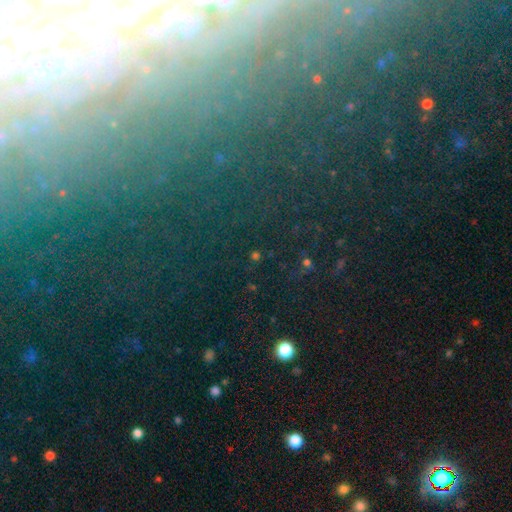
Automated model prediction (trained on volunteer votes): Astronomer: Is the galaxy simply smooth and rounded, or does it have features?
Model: star or artifact — 66%.